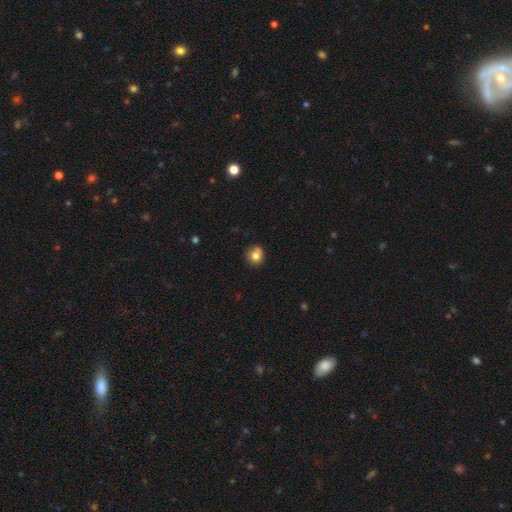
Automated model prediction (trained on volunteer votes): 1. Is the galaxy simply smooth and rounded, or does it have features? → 77% smooth, 12% featured or disk, 11% star or artifact.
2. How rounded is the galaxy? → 85% round, 14% in between, 1% cigar-shaped.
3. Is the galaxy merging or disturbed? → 64% none, 21% minor disturbance, 10% merger, 5% major disturbance.